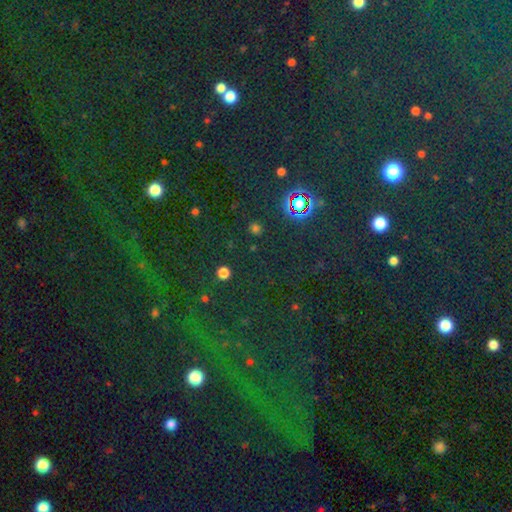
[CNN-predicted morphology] A star or artifact, not a galaxy (79%).

Vote fractions:
- Smooth or featured? star or artifact: 79% / smooth: 13% / featured or disk: 8%